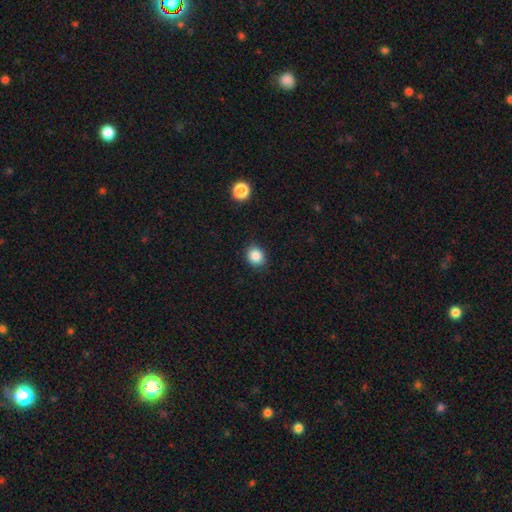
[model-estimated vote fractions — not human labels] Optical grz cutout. It shows a smooth galaxy with no disk features (86%) that is round (75%). Merging: none (89%).